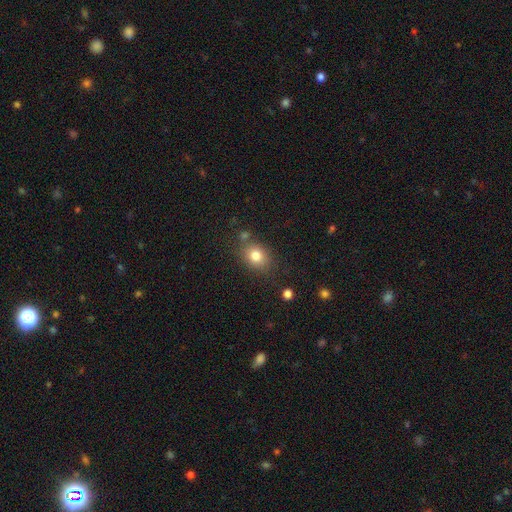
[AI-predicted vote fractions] This appears to be a smooth galaxy with no disk features (80%) that is in between round and cigar-shaped (54%). Merging: none (73%).